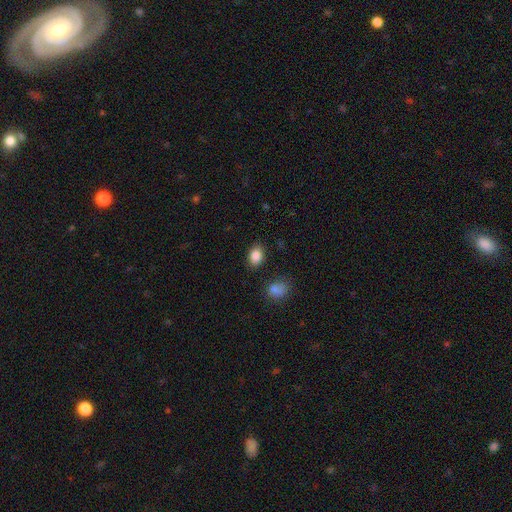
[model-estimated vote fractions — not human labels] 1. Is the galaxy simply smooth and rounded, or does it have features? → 87% smooth, 9% star or artifact, 5% featured or disk.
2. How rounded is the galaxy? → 77% in between, 22% round, 1% cigar-shaped.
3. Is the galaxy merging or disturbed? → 84% none, 10% minor disturbance, 3% major disturbance, 3% merger.